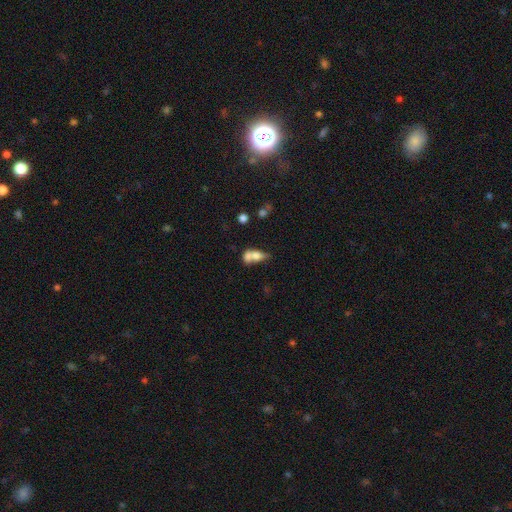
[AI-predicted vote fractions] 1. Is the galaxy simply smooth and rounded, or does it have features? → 66% smooth, 24% featured or disk, 9% star or artifact.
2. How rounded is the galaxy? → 66% in between, 25% round, 9% cigar-shaped.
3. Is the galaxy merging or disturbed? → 65% merger, 18% none, 9% minor disturbance, 8% major disturbance.